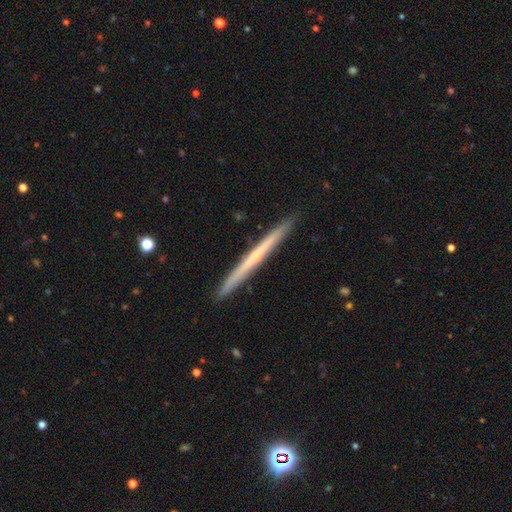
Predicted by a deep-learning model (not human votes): Morphology: type=featured or disk (75%); edge-on=yes (98%); edge-on bulge=rounded (61%); merging=none (91%).